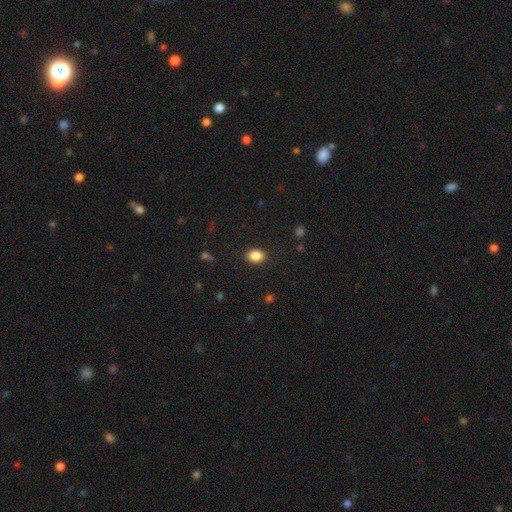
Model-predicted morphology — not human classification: This is clearly a smooth galaxy (86%). How rounded: likely in between (76%). Merging: clearly none (88%).